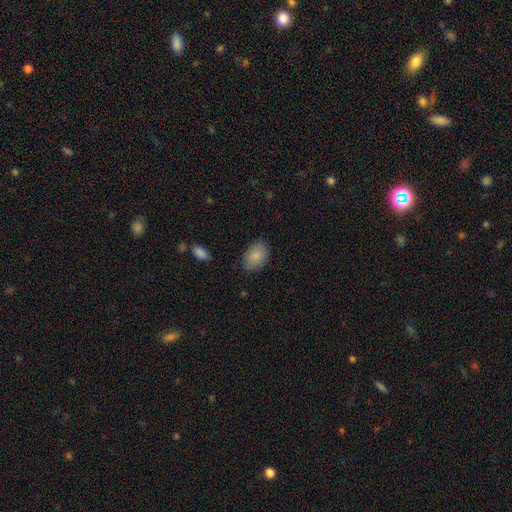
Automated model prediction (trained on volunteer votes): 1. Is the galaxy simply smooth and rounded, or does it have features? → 85% smooth, 8% featured or disk, 7% star or artifact.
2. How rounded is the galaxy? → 83% in between, 16% round, 1% cigar-shaped.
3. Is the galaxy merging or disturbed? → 83% none, 13% minor disturbance, 3% major disturbance, 1% merger.